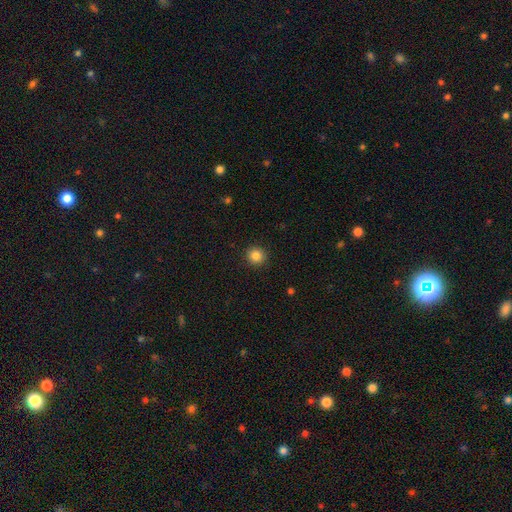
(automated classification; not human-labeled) Smooth or featured? Predicted: smooth (p=0.85). How rounded? Predicted: round (p=0.92). Merging? Predicted: none (p=0.92).